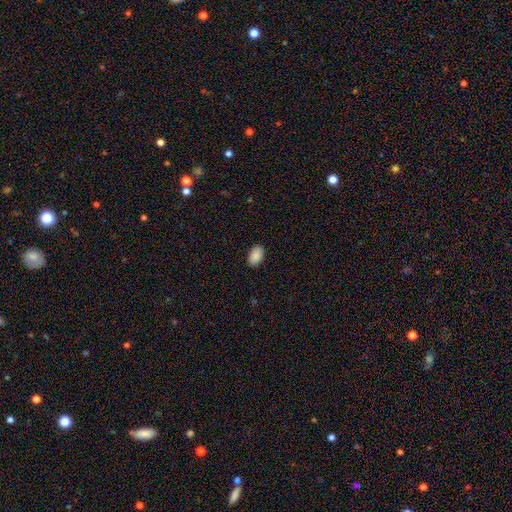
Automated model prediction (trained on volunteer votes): smooth_or_featured: smooth (p=0.90) [alt: star or artifact p=0.07]
how_rounded: in between (p=0.92) [alt: round p=0.07]
merging: none (p=0.89) [alt: minor disturbance p=0.08]